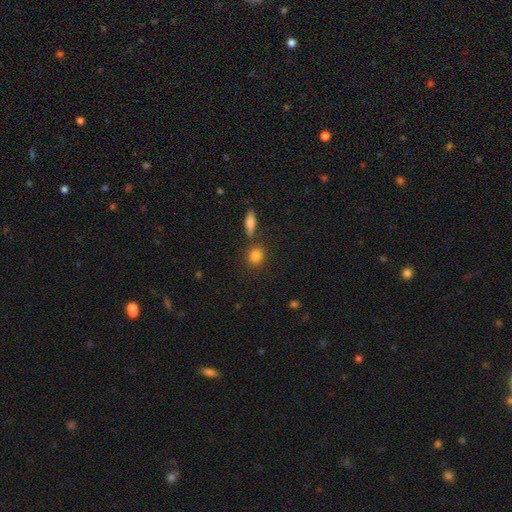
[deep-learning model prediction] This is clearly a smooth galaxy (83%). How rounded: likely round (77%). Merging: likely none (77%).